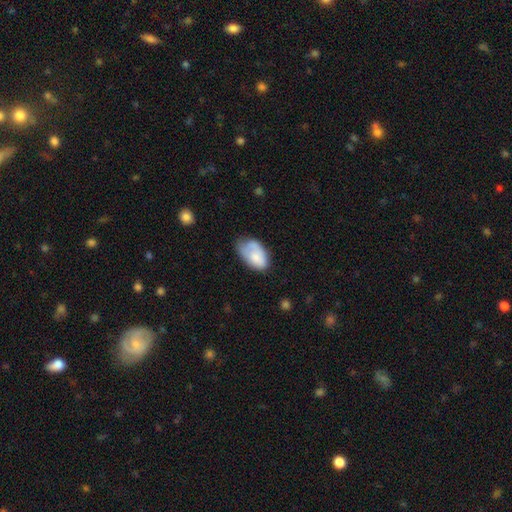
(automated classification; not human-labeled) Smooth or featured? smooth (72%)
How rounded? in between (92%)
Merging? none (41%)